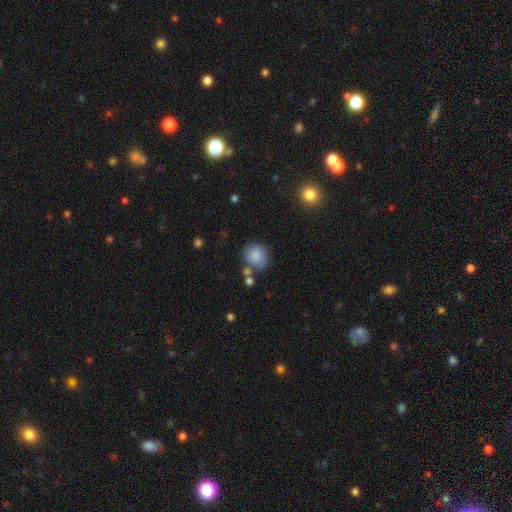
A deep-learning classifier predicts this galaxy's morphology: This appears to be a smooth galaxy with no disk features (84%) that is round (81%). Merging: none (64%).